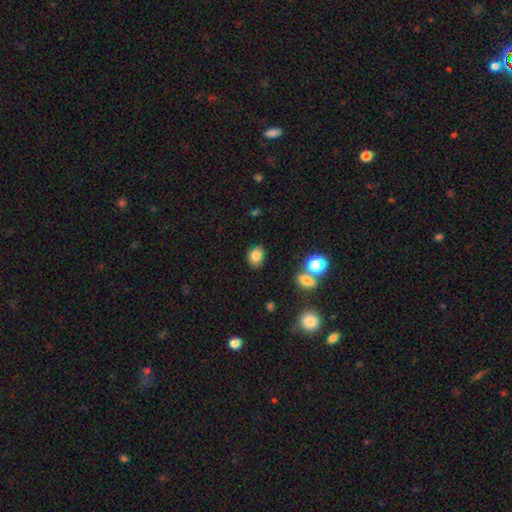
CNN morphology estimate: type=smooth (81%); roundness=in between (61%); merging=none (78%).